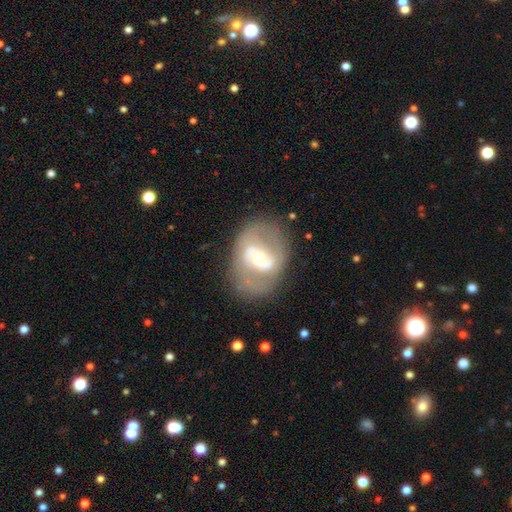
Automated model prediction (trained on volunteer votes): A featured or disk galaxy (71%) with a weak bar (41%), spiral arms (61%) and a moderate central bulge (53%). Merging: none (71%).